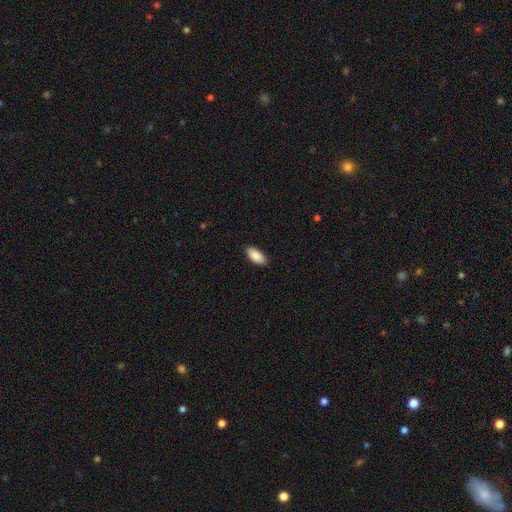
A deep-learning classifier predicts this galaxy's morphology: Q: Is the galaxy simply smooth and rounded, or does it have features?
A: smooth — 90%.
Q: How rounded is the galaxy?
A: in between — 92%.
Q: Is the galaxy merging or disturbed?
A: none — 88%.